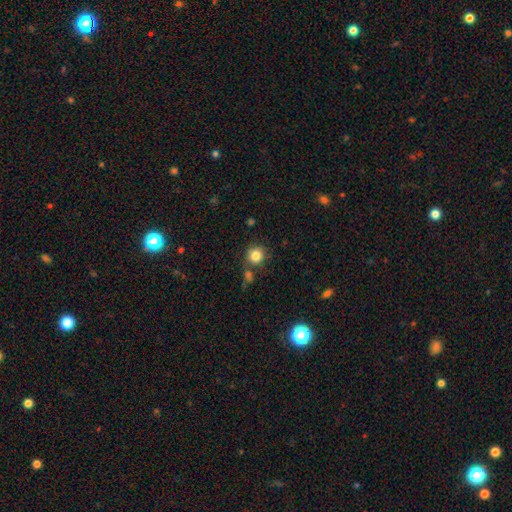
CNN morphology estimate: This is clearly a smooth galaxy (83%). How rounded: clearly round (91%). Merging: likely none (74%).